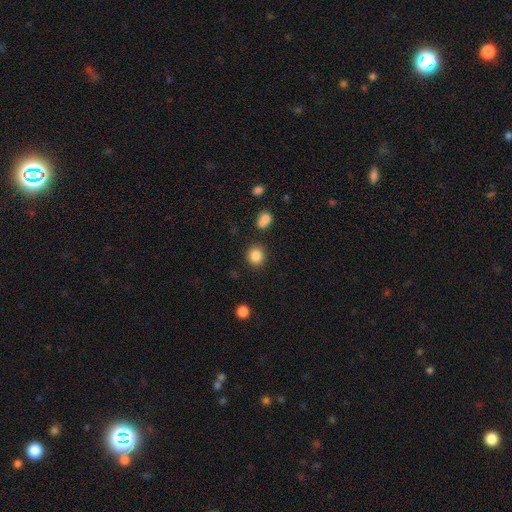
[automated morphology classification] Smooth or featured: smooth — 85% (star or artifact — 10%)
How rounded: round — 89% (in between — 10%)
Merging: none — 86% (minor disturbance — 7%)